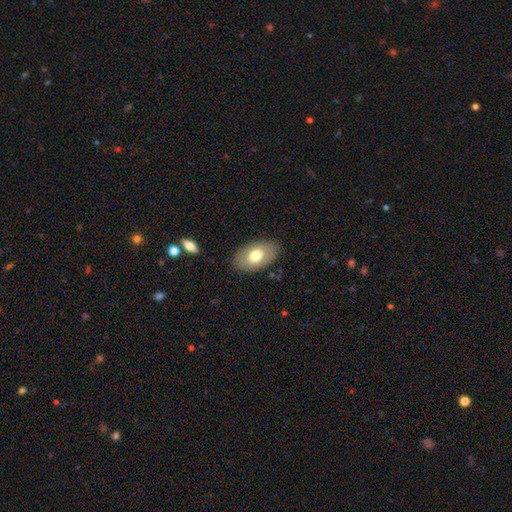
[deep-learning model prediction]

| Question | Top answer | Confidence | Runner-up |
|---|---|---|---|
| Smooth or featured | smooth | 68% | featured or disk (26%) |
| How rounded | in between | 92% | round (7%) |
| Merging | none | 84% | minor disturbance (12%) |